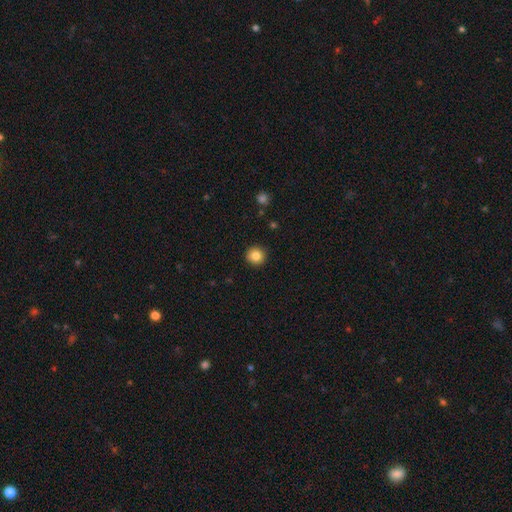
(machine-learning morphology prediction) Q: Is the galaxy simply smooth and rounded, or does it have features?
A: smooth — 84%.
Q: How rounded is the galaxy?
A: round — 93%.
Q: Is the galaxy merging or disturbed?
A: none — 91%.